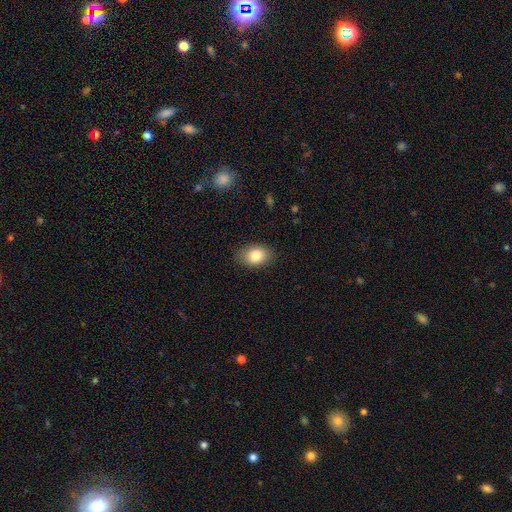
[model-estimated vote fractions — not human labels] A smooth galaxy with no disk features (83%) that is in between round and cigar-shaped (80%).

Vote fractions:
- Smooth or featured? smooth: 83% / featured or disk: 9% / star or artifact: 8%
- How rounded? in between: 80% / round: 19% / cigar-shaped: 1%
- Merging? none: 86% / minor disturbance: 11% / major disturbance: 3% / merger: 1%